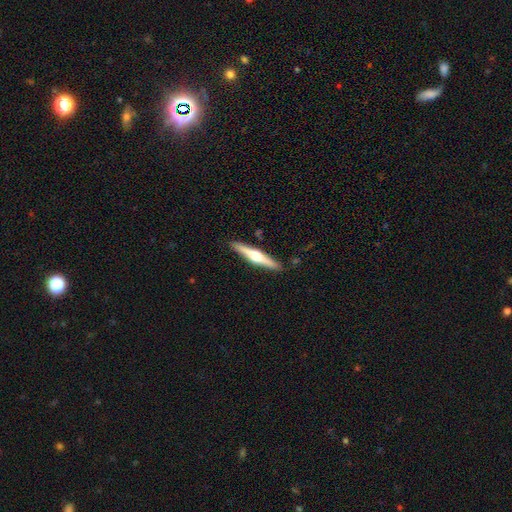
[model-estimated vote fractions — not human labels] Smooth or featured? Predicted: featured or disk (p=0.68). Edge-on disk? Predicted: yes (p=0.98). Edge-on bulge? Predicted: rounded (p=0.94). Merging? Predicted: none (p=0.90).